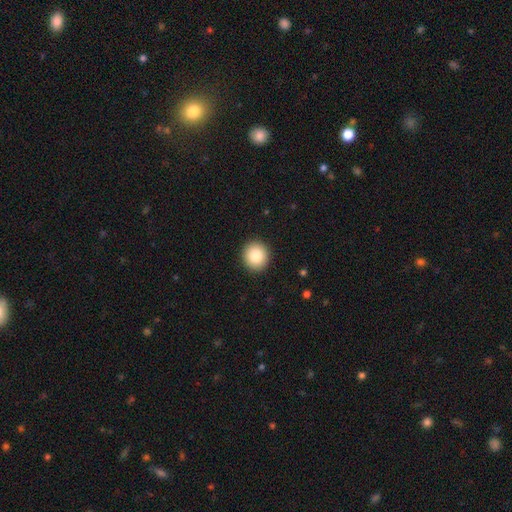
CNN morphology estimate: smooth_or_featured: smooth (p=0.84) [alt: star or artifact p=0.08]
how_rounded: round (p=0.90) [alt: in between p=0.09]
merging: none (p=0.93) [alt: minor disturbance p=0.05]